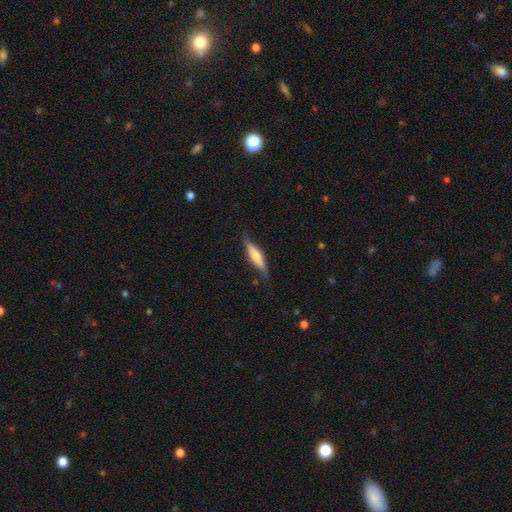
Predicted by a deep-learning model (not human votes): Smooth or featured? smooth (49%)
Merging? none (81%)